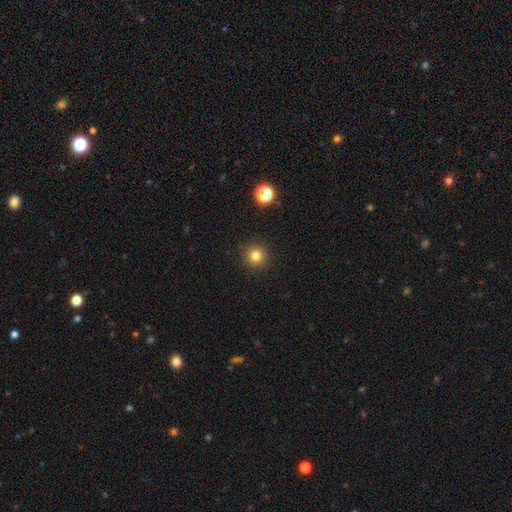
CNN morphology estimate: This is clearly a smooth galaxy (81%). How rounded: clearly round (95%). Merging: clearly none (92%).